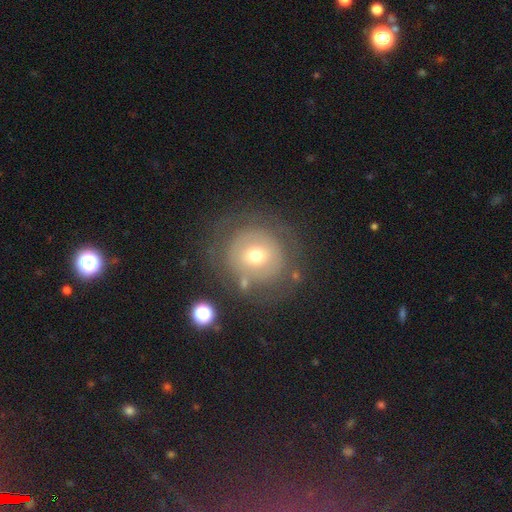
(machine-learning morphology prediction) A smooth galaxy with no disk features (49%). Merging: none (71%).